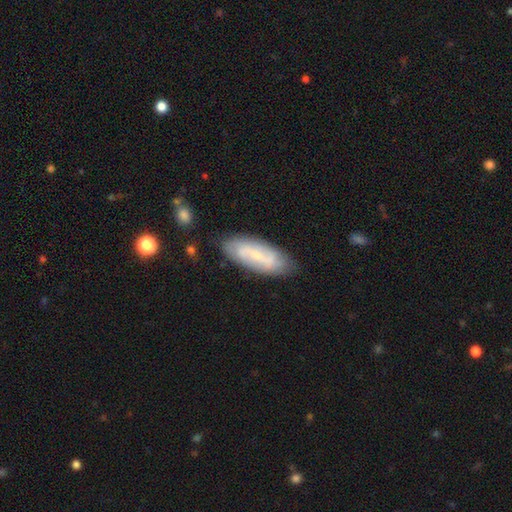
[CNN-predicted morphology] Smooth or featured? Predicted: featured or disk (p=0.53). Edge-on disk? Predicted: no (p=0.82). Merging? Predicted: none (p=0.79).